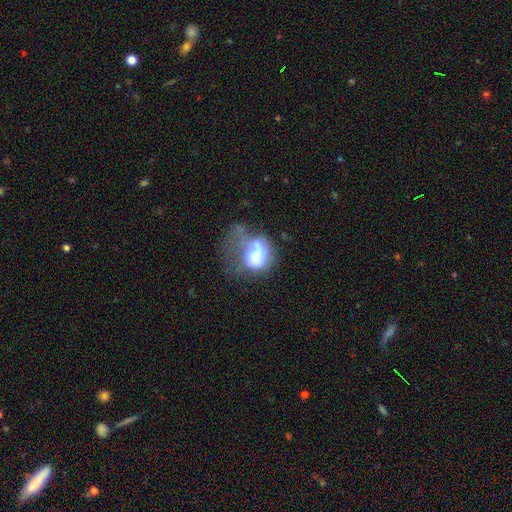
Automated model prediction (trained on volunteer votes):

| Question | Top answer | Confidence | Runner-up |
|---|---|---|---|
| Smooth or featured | smooth | 53% | featured or disk (37%) |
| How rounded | round | 62% | in between (37%) |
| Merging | major disturbance | 43% | merger (19%) |